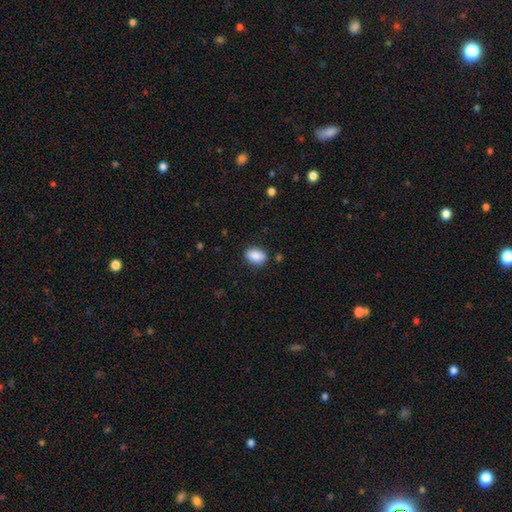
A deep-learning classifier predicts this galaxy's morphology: The model was most divided on "merging": none: 84%, minor disturbance: 12%, major disturbance: 3%, merger: 2%. More confident: smooth or featured — smooth (89%); how rounded — in between (85%).